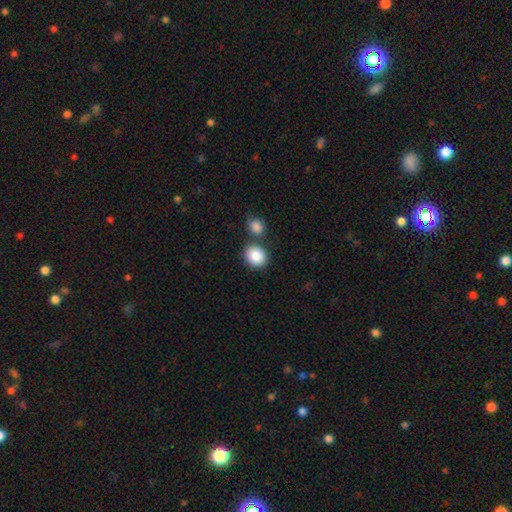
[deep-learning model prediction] Overall: smooth (88%). How rounded: round (67%; in between 32%). Merging: none (68%).